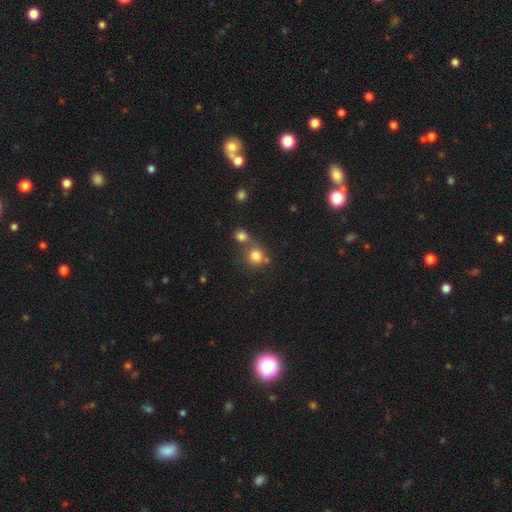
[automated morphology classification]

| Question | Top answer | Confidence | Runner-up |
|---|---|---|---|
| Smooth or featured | smooth | 80% | star or artifact (13%) |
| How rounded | round | 87% | in between (12%) |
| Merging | none | 55% | merger (32%) |